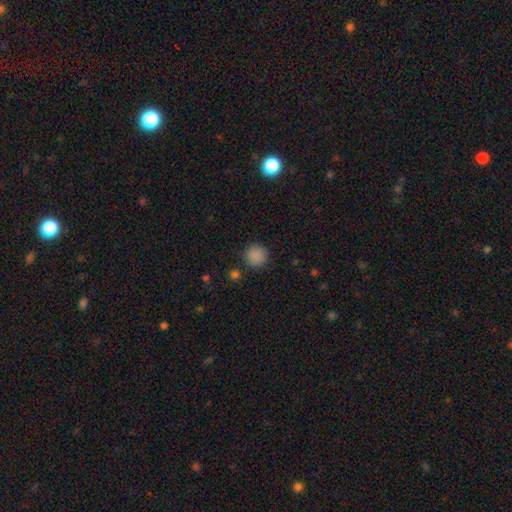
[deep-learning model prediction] A smooth galaxy with no disk features (87%) that is round (94%).

Vote fractions:
- Smooth or featured? smooth: 87% / star or artifact: 10% / featured or disk: 3%
- How rounded? round: 94% / in between: 5% / cigar-shaped: 1%
- Merging? none: 87% / minor disturbance: 8% / merger: 3% / major disturbance: 3%